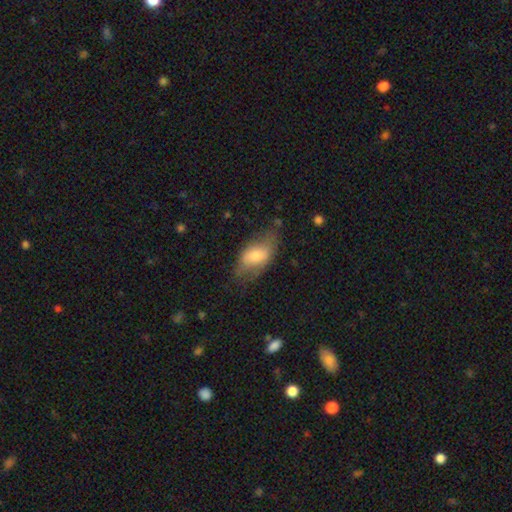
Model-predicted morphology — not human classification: The model was most divided on "merging": none: 58%, minor disturbance: 28%, major disturbance: 11%, merger: 2%. More confident: how rounded — in between (90%); smooth or featured — smooth (63%).